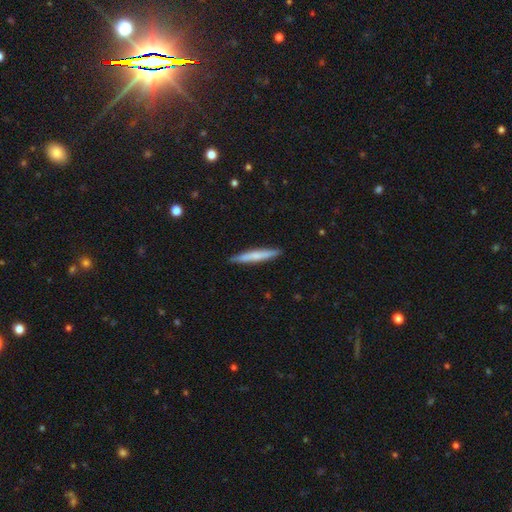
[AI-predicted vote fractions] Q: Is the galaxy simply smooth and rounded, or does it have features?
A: smooth — 61%.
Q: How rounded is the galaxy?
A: cigar-shaped — 95%.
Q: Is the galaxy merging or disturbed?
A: none — 91%.